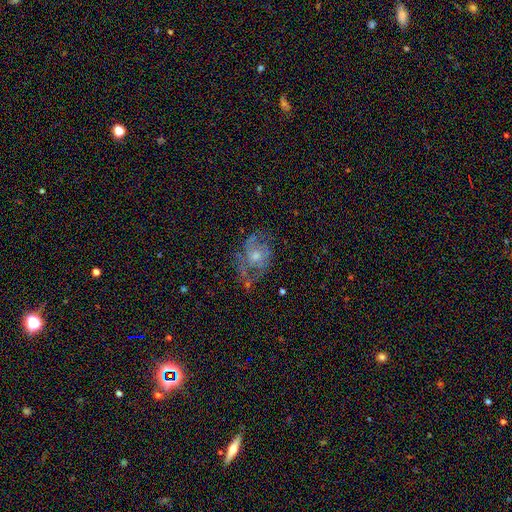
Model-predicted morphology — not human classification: A featured or disk galaxy (69%) with no bar (76%), 2 (52%) medium (46%) spiral arms (81%) and a moderate central bulge (54%). Merging: none (55%).